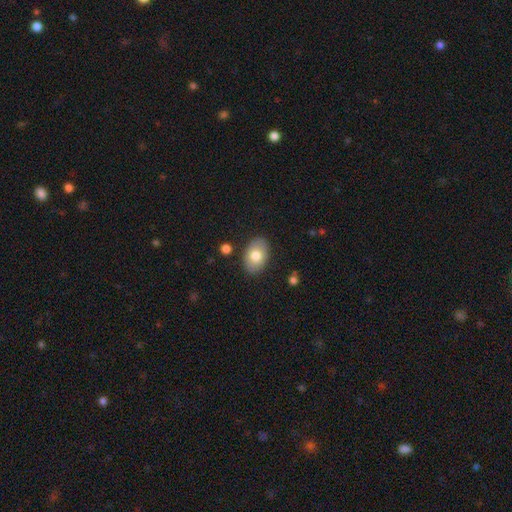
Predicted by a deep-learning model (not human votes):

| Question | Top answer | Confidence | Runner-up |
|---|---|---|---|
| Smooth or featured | smooth | 77% | featured or disk (16%) |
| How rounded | in between | 88% | round (11%) |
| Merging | none | 86% | minor disturbance (10%) |